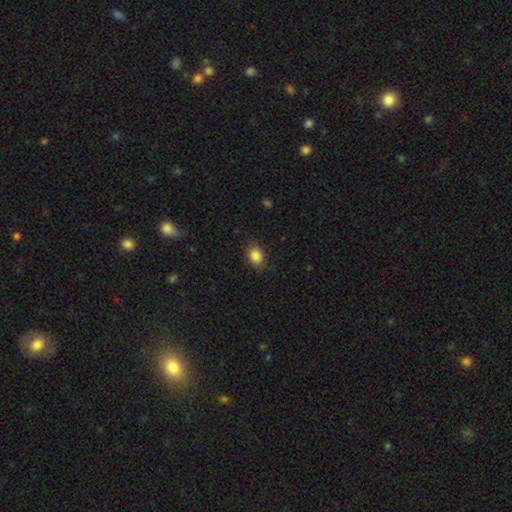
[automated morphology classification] Smooth or featured: smooth — 86% (star or artifact — 9%)
How rounded: in between — 73% (round — 26%)
Merging: none — 82% (minor disturbance — 14%)